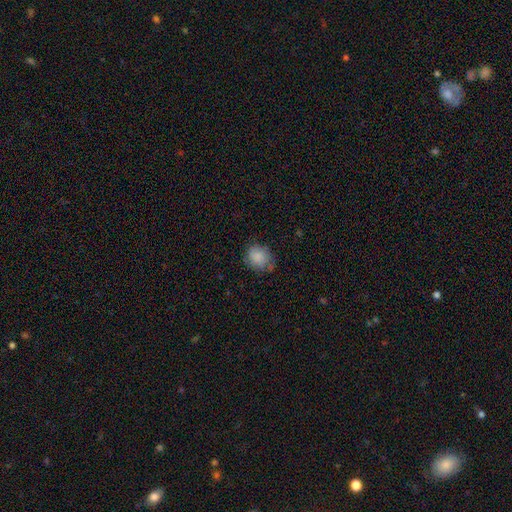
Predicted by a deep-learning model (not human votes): Morphology: type=smooth (83%); roundness=round (59%); merging=none (68%).